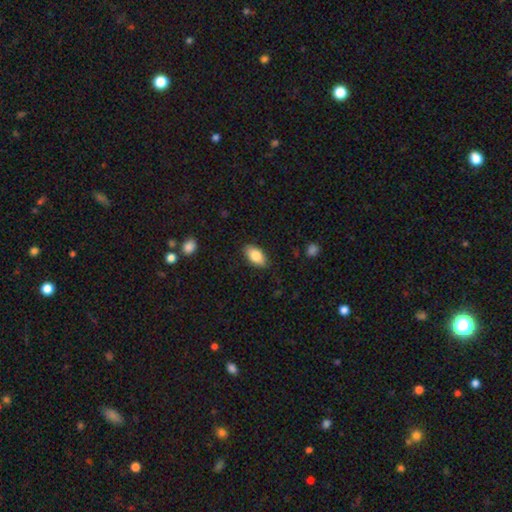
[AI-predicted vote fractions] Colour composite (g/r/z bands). It shows a smooth galaxy with no disk features (83%) that is in between round and cigar-shaped (92%). Merging: none (85%).